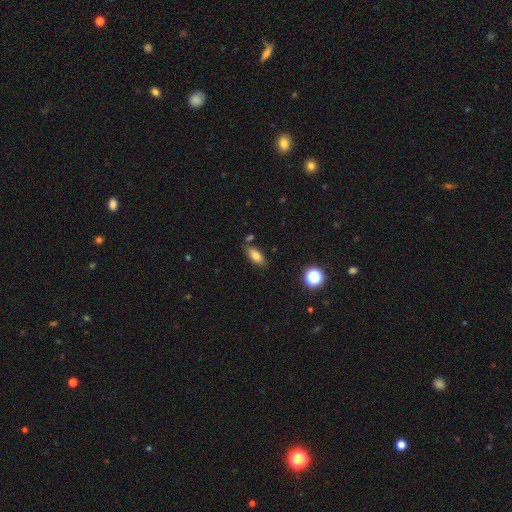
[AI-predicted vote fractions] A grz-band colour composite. It shows a smooth galaxy with no disk features (80%) that is in between round and cigar-shaped (85%). Merging: none (75%).